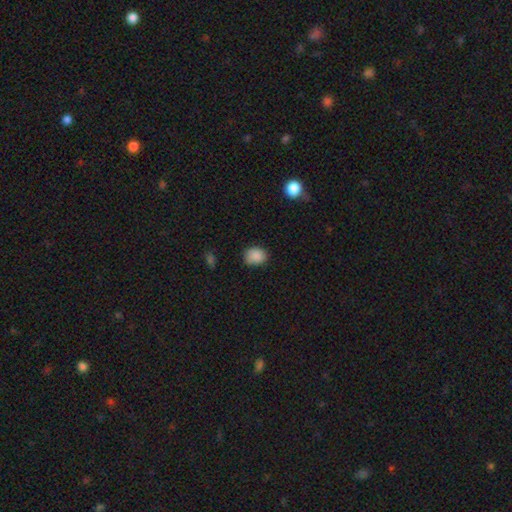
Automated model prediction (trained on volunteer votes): A smooth galaxy with no disk features (87%) that is round (57%). Merging: none (77%).